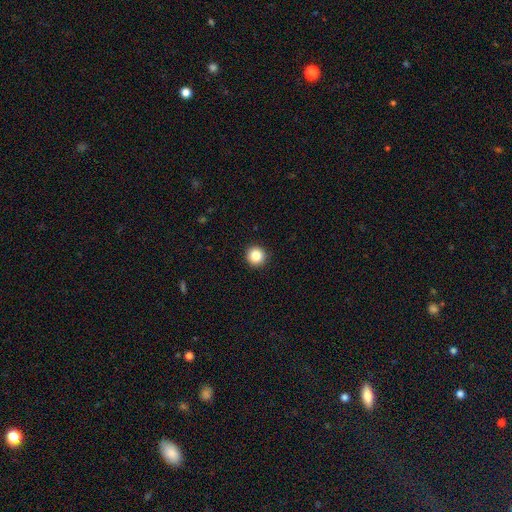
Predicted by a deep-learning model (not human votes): Smooth or featured? Predicted: smooth (p=0.86). How rounded? Predicted: round (p=0.96). Merging? Predicted: none (p=0.93).